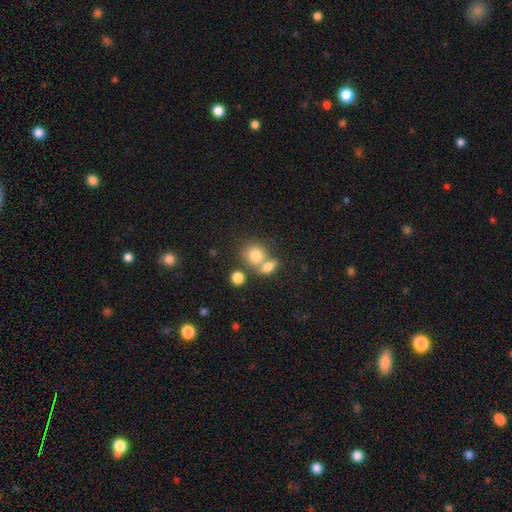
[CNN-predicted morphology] This is likely a smooth galaxy (78%). How rounded: likely round (72%). Merging: marginally merger (44%).